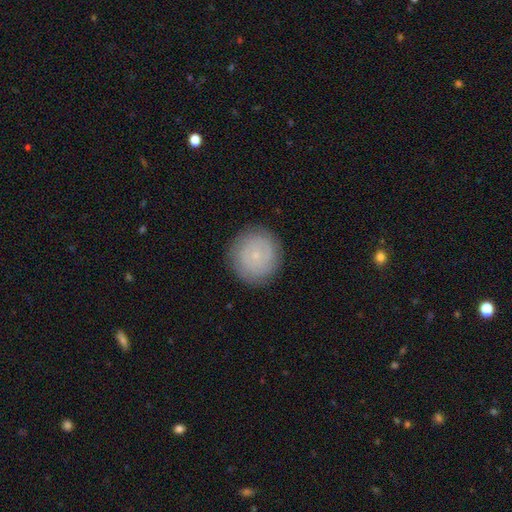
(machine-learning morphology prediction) Smooth or featured: smooth — 52% (featured or disk — 39%)
How rounded: round — 92% (in between — 7%)
Merging: none — 87% (minor disturbance — 10%)